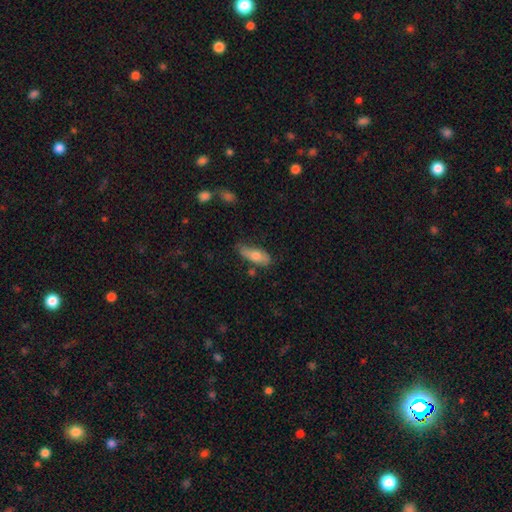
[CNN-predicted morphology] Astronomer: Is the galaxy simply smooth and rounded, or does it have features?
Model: smooth — 70%.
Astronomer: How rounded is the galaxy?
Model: in between — 68%.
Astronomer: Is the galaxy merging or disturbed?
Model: none — 57%.